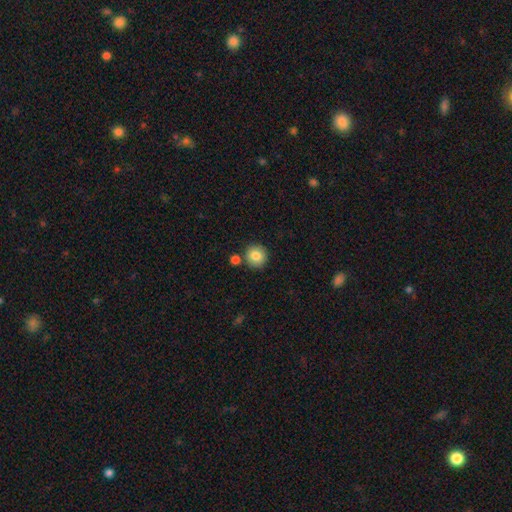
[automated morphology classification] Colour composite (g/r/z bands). It shows a smooth galaxy with no disk features (83%) that is round (92%). Merging: none (81%).